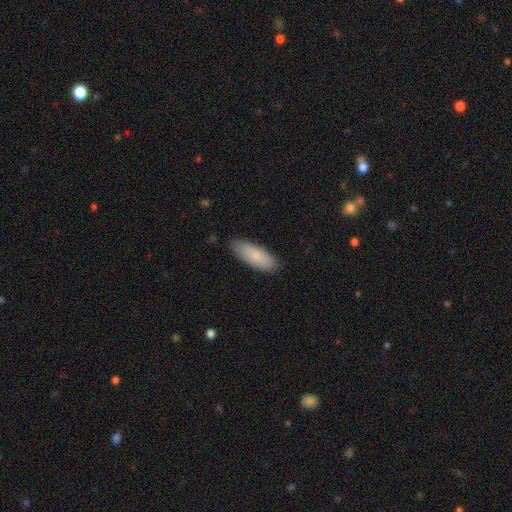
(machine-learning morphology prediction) Smooth or featured? Predicted: smooth (p=0.82). How rounded? Predicted: in between (p=0.72). Merging? Predicted: none (p=0.83).